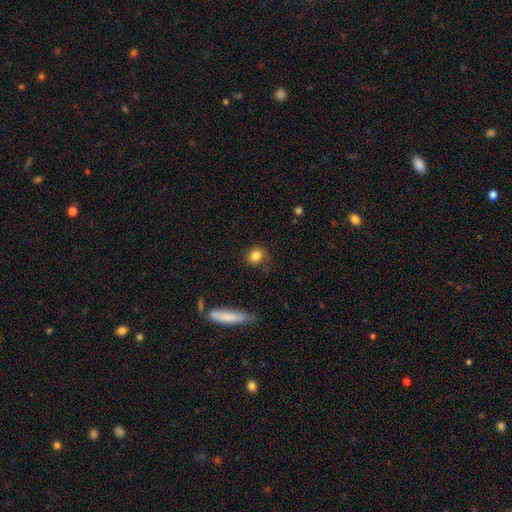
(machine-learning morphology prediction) This appears to be a smooth galaxy with no disk features (81%) that is round (78%). Merging: none (65%).